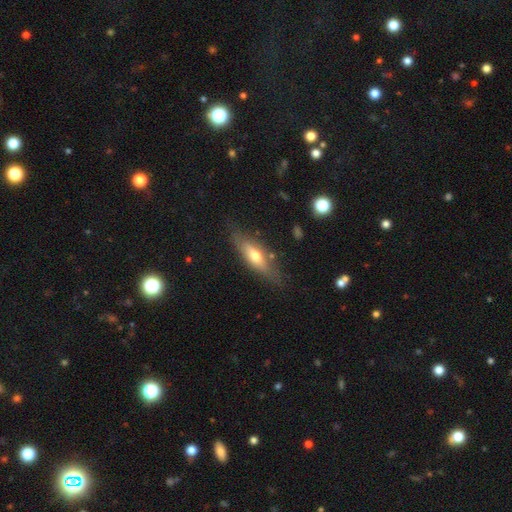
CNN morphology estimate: Smooth or featured?
  - smooth: 52% *
  - featured or disk: 41%
  - star or artifact: 6%
How rounded?
  - cigar-shaped: 50% *
  - in between: 47%
  - round: 3%
Merging?
  - none: 75% *
  - minor disturbance: 17%
  - major disturbance: 5%
  - merger: 3%